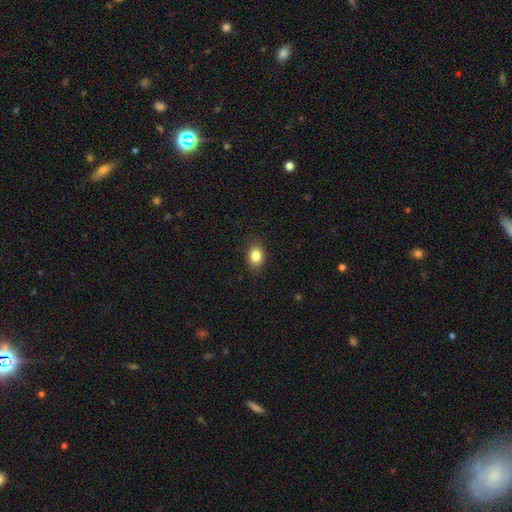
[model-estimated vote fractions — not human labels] smooth-or-featured: smooth: 84% | star or artifact: 9% | featured or disk: 6%
  how-rounded: in between: 67% | round: 32% | cigar-shaped: 1%
  merging: none: 86% | minor disturbance: 11% | major disturbance: 3% | merger: 1%